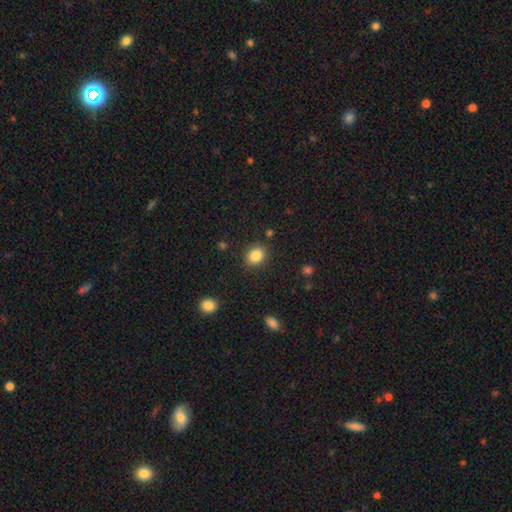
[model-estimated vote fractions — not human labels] Morphology: type=smooth (86%); roundness=round (58%); merging=none (87%).